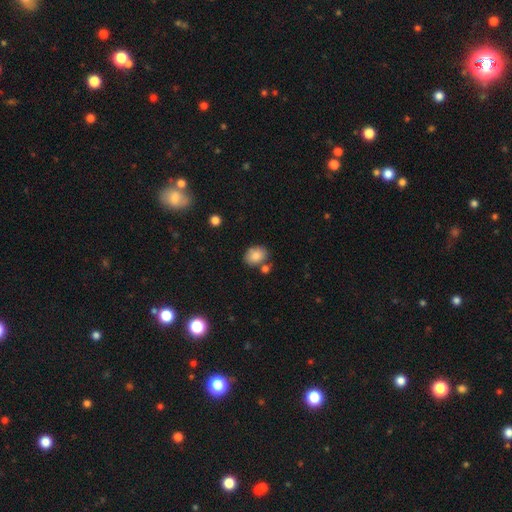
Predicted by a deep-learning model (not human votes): smooth 83%, featured or disk 9%, star or artifact 8%. Down the decision tree: how rounded — in between (65%); merging — none (68%).